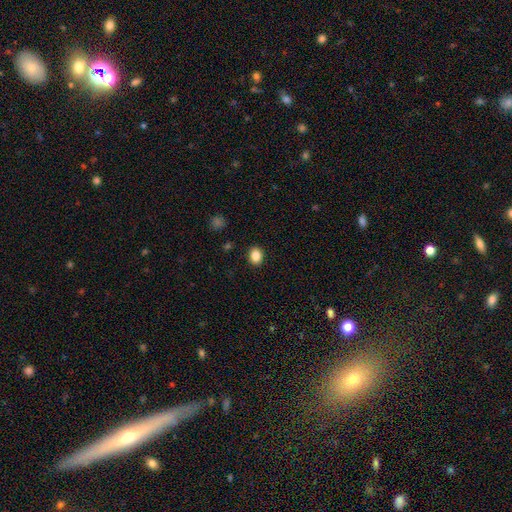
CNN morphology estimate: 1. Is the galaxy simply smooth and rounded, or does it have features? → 86% smooth, 9% star or artifact, 4% featured or disk.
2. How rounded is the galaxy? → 60% in between, 39% round, 1% cigar-shaped.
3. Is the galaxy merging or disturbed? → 90% none, 7% minor disturbance, 2% major disturbance, 1% merger.